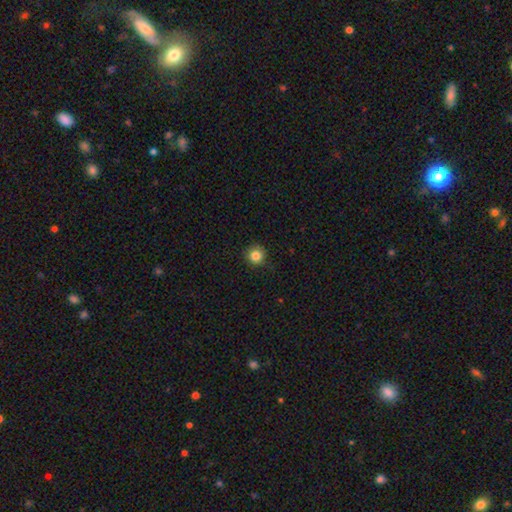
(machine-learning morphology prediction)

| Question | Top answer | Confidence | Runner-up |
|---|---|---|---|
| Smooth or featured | smooth | 84% | star or artifact (12%) |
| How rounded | round | 94% | in between (5%) |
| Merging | none | 89% | minor disturbance (8%) |